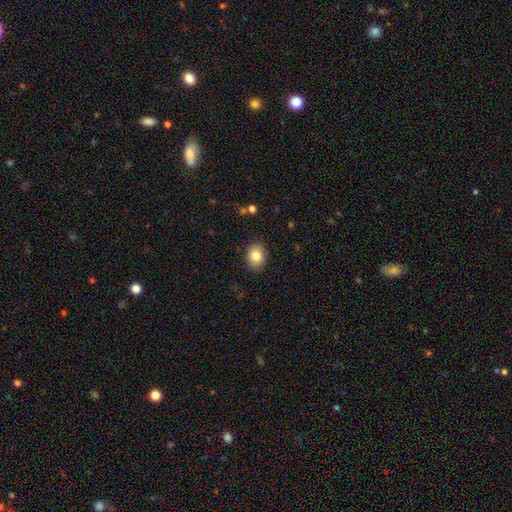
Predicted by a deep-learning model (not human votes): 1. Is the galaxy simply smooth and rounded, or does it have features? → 83% smooth, 9% star or artifact, 8% featured or disk.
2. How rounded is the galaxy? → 58% in between, 41% round, 1% cigar-shaped.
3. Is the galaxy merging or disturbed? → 87% none, 9% minor disturbance, 2% major disturbance, 1% merger.